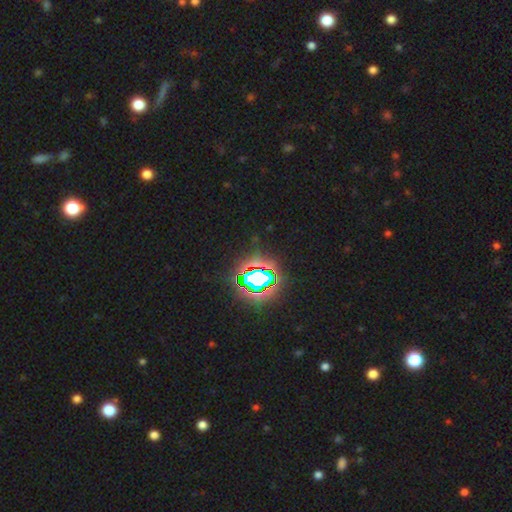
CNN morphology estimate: Q: Smooth or featured?
A: star or artifact (81%); runner-up: smooth (12%)